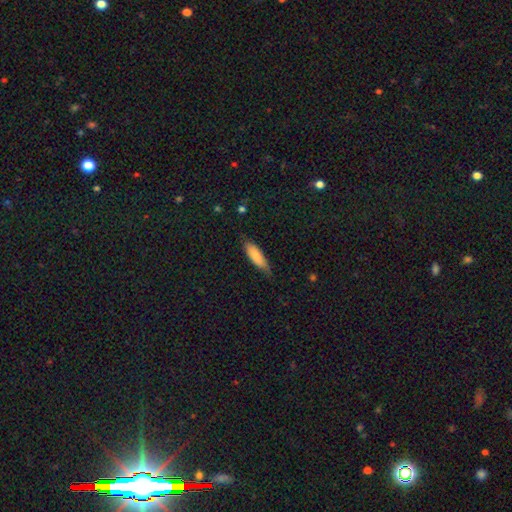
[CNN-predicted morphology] Q: Smooth or featured?
A: smooth (81%); runner-up: featured or disk (13%)
Q: How rounded?
A: in between (55%); runner-up: cigar-shaped (43%)
Q: Merging?
A: none (66%); runner-up: minor disturbance (28%)